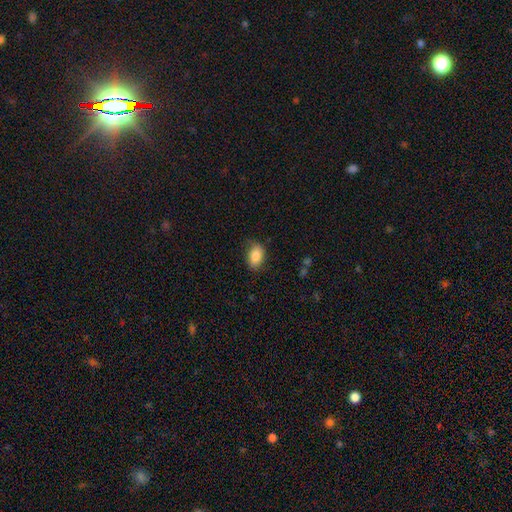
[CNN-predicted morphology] A smooth galaxy with no disk features (86%) that is in between round and cigar-shaped (87%).

Vote fractions:
- Smooth or featured? smooth: 86% / star or artifact: 7% / featured or disk: 6%
- How rounded? in between: 87% / round: 12% / cigar-shaped: 2%
- Merging? none: 78% / minor disturbance: 17% / major disturbance: 4% / merger: 1%